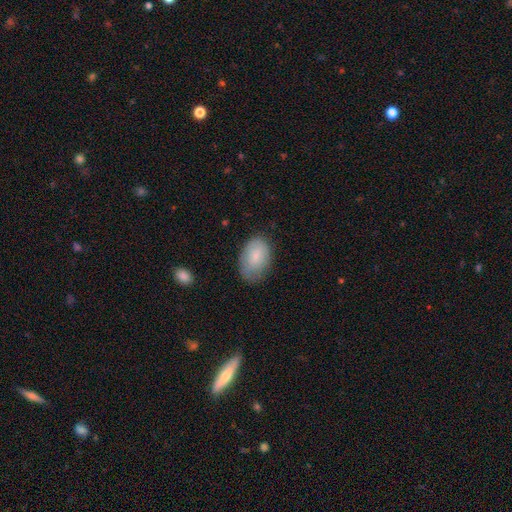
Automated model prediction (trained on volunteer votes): smooth 81%, featured or disk 13%, star or artifact 6%. Down the decision tree: how rounded — in between (88%); merging — none (60%).